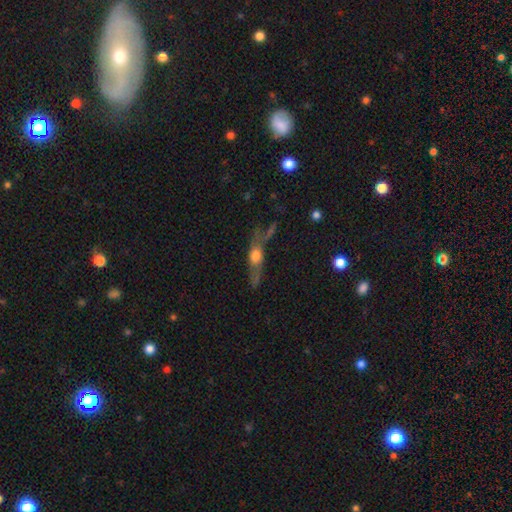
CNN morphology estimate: Q: Smooth or featured?
A: featured or disk (51%); runner-up: smooth (39%)
Q: Edge-on disk?
A: yes (69%); runner-up: no (31%)
Q: Merging?
A: none (51%); runner-up: minor disturbance (21%)